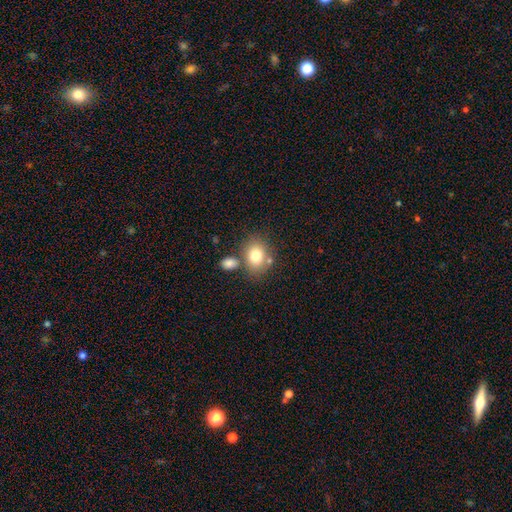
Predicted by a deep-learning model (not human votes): This appears to be a smooth galaxy with no disk features (79%) that is in between round and cigar-shaped (55%). Merging: none (63%).